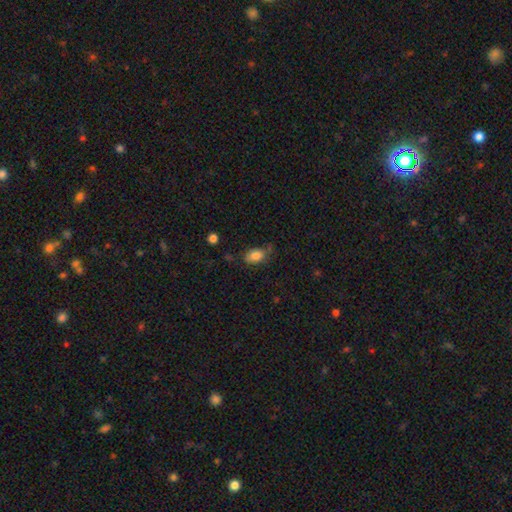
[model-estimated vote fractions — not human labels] smooth_or_featured: smooth (p=0.83) [alt: star or artifact p=0.08]
how_rounded: in between (p=0.88) [alt: round p=0.10]
merging: none (p=0.64) [alt: minor disturbance p=0.25]